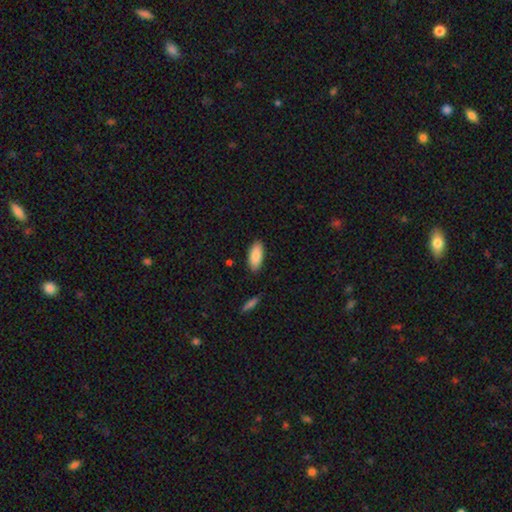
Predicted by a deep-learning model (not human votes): Overall: smooth (87%). How rounded: in between (87%). Merging: none (86%).